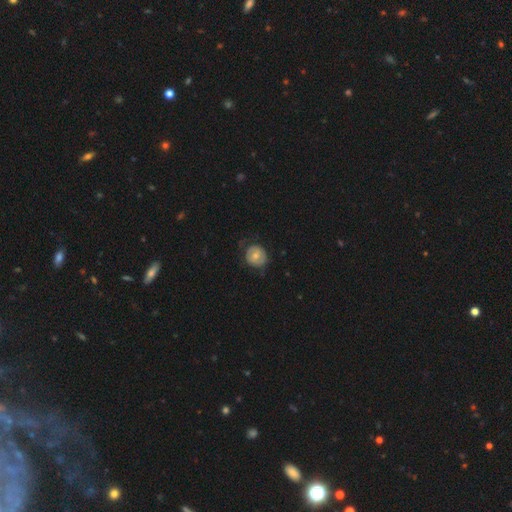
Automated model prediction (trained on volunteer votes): Smooth or featured? Predicted: smooth (p=0.55). How rounded? Predicted: round (p=0.83). Merging? Predicted: none (p=0.65).